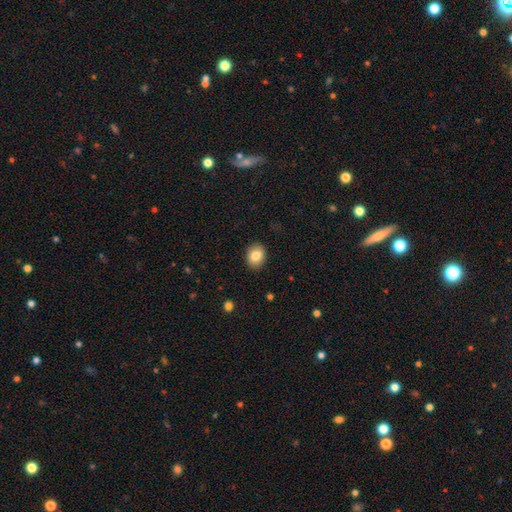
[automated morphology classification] A smooth galaxy with no disk features (83%) that is in between round and cigar-shaped (56%).

Vote fractions:
- Smooth or featured? smooth: 83% / featured or disk: 8% / star or artifact: 8%
- How rounded? in between: 56% / round: 43% / cigar-shaped: 1%
- Merging? none: 89% / minor disturbance: 8% / major disturbance: 2% / merger: 1%